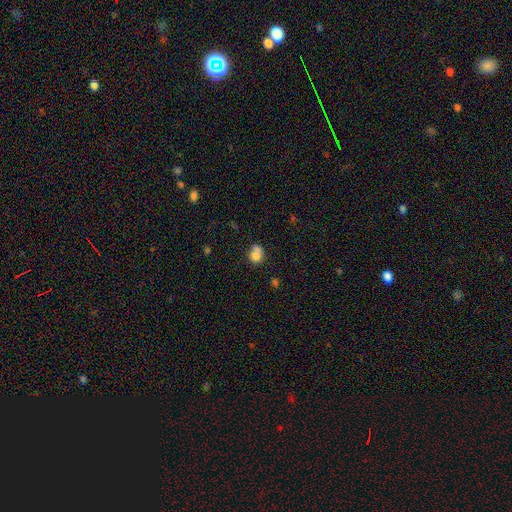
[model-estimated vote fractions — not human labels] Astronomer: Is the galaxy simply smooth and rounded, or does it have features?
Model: smooth — 77%.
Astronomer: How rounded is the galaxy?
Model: round — 64%.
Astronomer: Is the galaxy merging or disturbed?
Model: none — 42% (runner-up: merger, 29%).